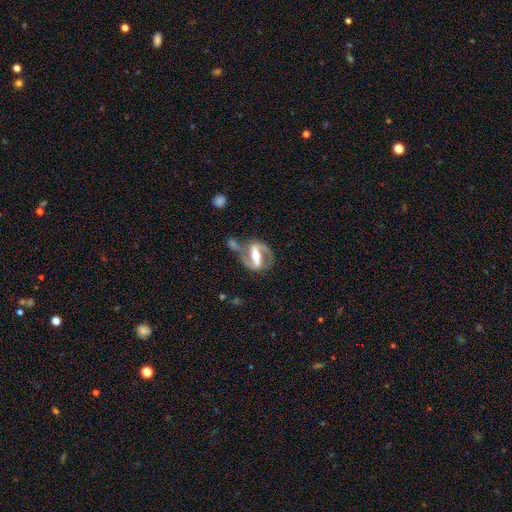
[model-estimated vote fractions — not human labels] featured or disk 84%, smooth 11%, star or artifact 5%. Down the decision tree: edge-on disk — no (92%); bar — strong (75%); spiral arms — yes (85%); spiral arm count — 2 (88%); spiral winding — medium (50%); bulge size — moderate (59%); merging — none (56%).